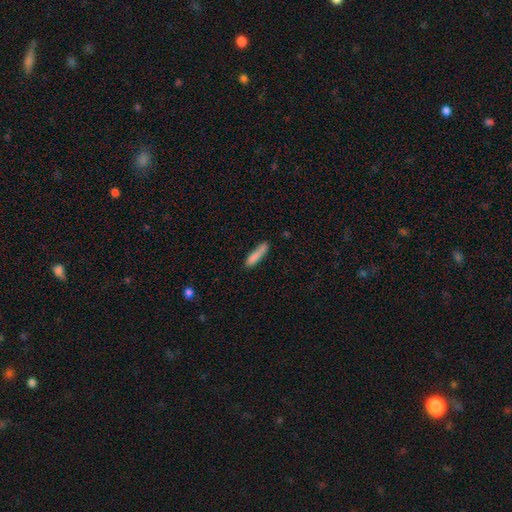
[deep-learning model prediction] This is clearly a smooth galaxy (83%). How rounded: clearly cigar-shaped (83%). Merging: likely none (71%).